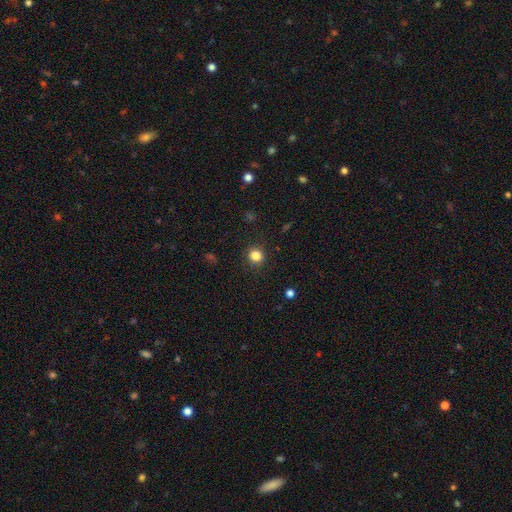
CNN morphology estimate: type=smooth (83%); roundness=round (89%); merging=none (90%).